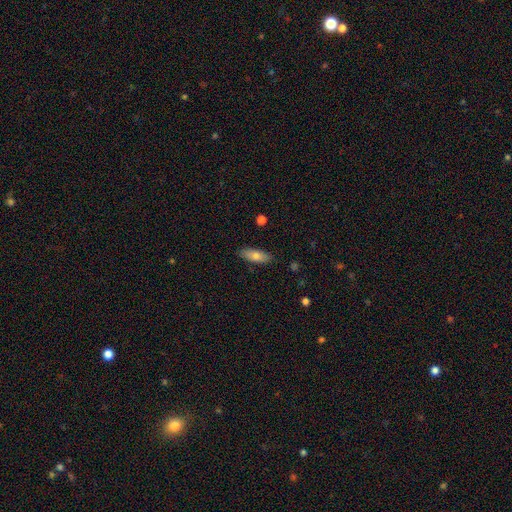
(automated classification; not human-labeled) Q: Smooth or featured?
A: smooth (74%); runner-up: featured or disk (19%)
Q: How rounded?
A: in between (67%); runner-up: cigar-shaped (31%)
Q: Merging?
A: none (87%); runner-up: minor disturbance (10%)